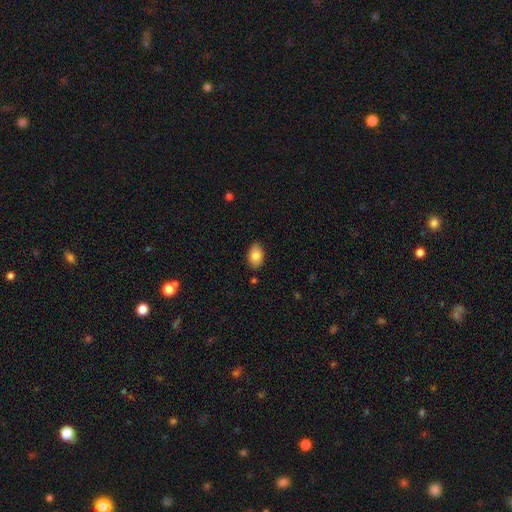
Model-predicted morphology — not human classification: A smooth galaxy with no disk features (84%) that is in between round and cigar-shaped (90%). Merging: none (85%).